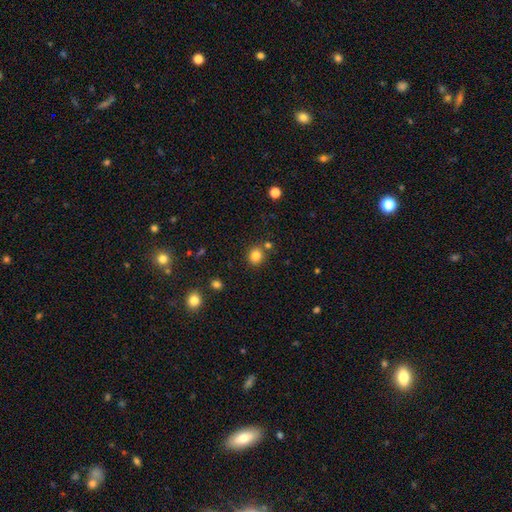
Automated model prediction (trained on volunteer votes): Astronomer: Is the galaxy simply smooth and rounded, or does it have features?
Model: smooth — 83%.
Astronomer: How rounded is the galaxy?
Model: round — 78%.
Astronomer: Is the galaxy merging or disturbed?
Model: none — 80%.